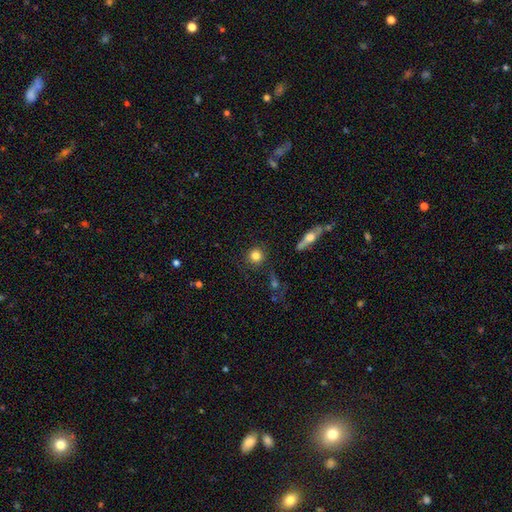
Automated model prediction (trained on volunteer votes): Overall: smooth (81%). How rounded: round (92%). Merging: none (85%).